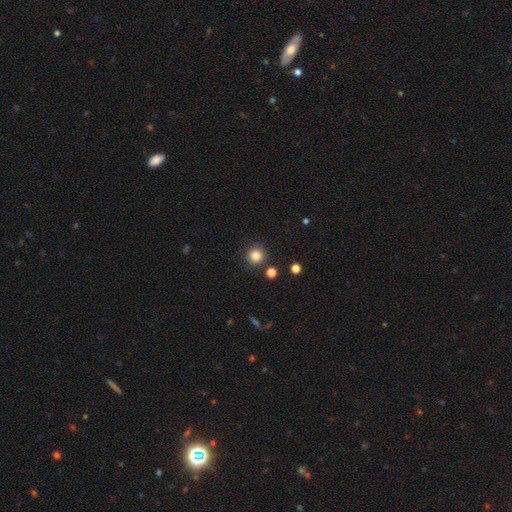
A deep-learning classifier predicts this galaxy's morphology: Smooth or featured? smooth (84%)
How rounded? round (94%)
Merging? none (87%)